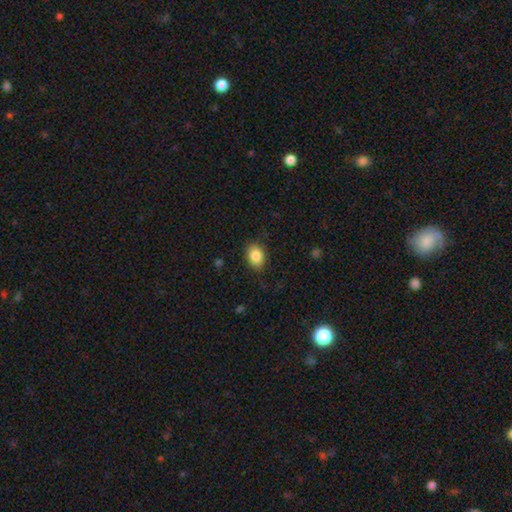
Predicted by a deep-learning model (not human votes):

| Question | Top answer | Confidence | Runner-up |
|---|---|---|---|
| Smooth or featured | smooth | 86% | star or artifact (8%) |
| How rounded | in between | 71% | round (28%) |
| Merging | none | 83% | minor disturbance (13%) |